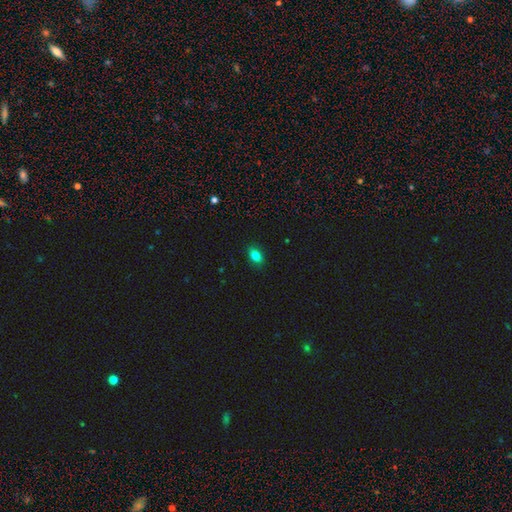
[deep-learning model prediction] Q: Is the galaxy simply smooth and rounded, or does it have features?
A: smooth — 82%.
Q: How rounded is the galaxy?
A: in between — 80%.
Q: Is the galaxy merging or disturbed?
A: none — 88%.